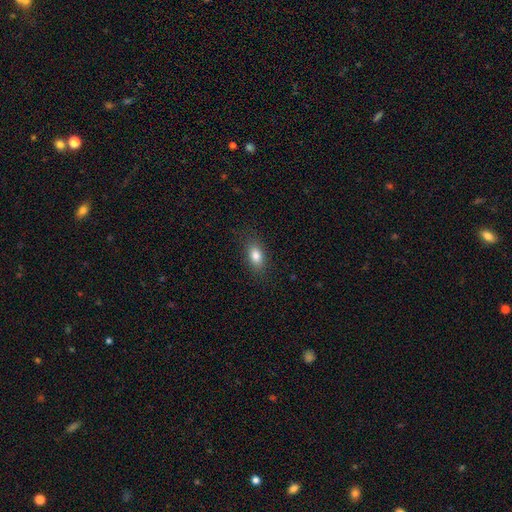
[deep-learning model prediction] Smooth or featured? Predicted: smooth (p=0.83). How rounded? Predicted: in between (p=0.85). Merging? Predicted: none (p=0.84).